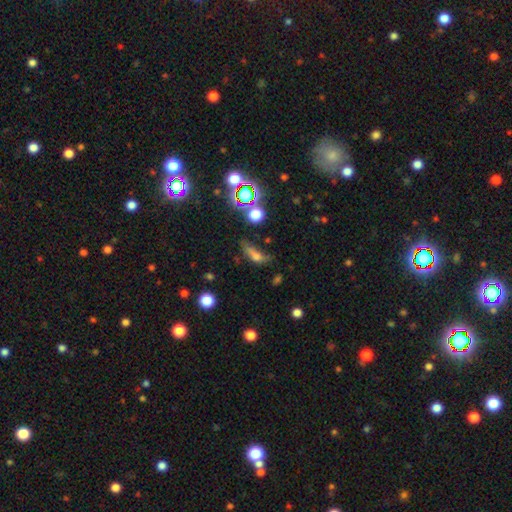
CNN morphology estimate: This is likely a smooth galaxy (61%). How rounded: possibly in between (56%). Merging: marginally none (37%).